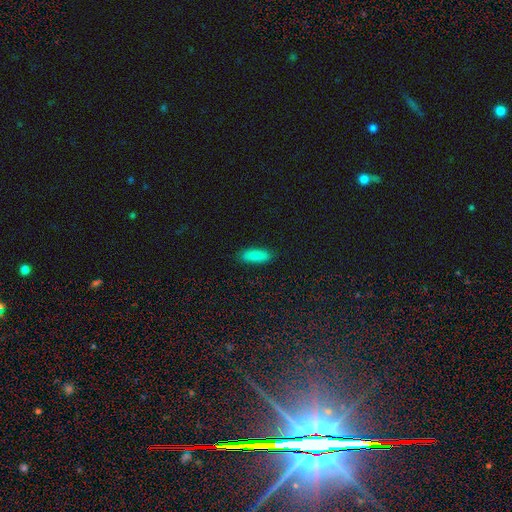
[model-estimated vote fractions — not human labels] smooth-or-featured: smooth: 87% | star or artifact: 8% | featured or disk: 6%
  how-rounded: in between: 68% | cigar-shaped: 30% | round: 2%
  merging: none: 87% | minor disturbance: 10% | major disturbance: 2% | merger: 1%